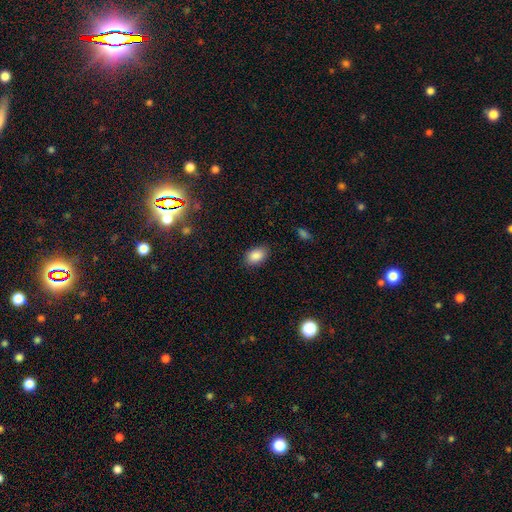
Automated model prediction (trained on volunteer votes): Overall: smooth (88%). How rounded: in between (89%). Merging: none (85%).